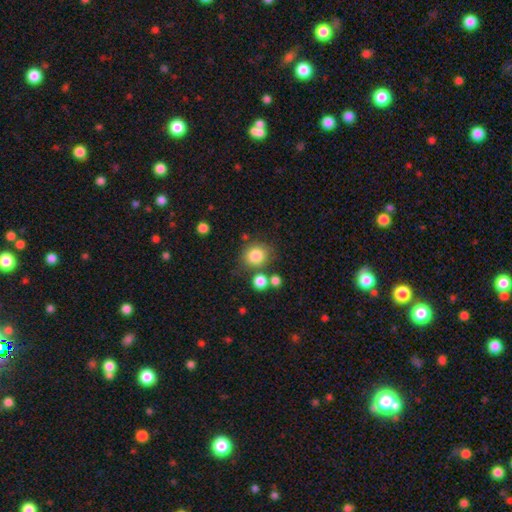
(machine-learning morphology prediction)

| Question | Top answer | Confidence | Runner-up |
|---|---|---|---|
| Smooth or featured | smooth | 83% | star or artifact (10%) |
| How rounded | round | 83% | in between (16%) |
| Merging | none | 72% | minor disturbance (12%) |